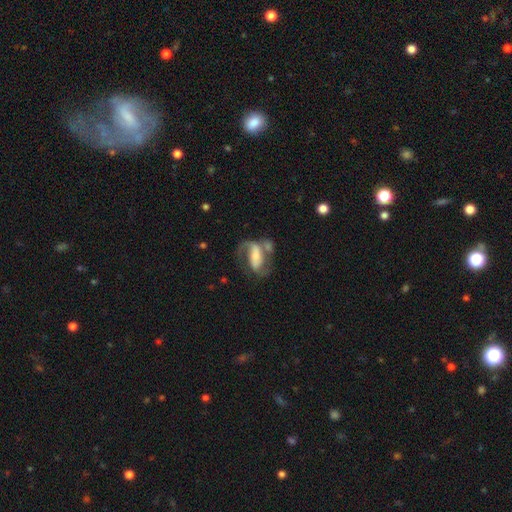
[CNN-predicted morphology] Smooth or featured?
  - featured or disk: 72% *
  - smooth: 22%
  - star or artifact: 7%
Edge-on disk?
  - no: 95% *
  - yes: 5%
Bar?
  - strong: 42% *
  - weak: 30%
  - no: 28%
Spiral arms?
  - yes: 87% *
  - no: 13%
Spiral winding?
  - medium: 43% *
  - loose: 41%
  - tight: 16%
Spiral arm count?
  - 2: 71% *
  - 1: 22%
  - can't tell: 5%
  - 3: 1%
  - 4: 1%
  - more than 4: 1%
Bulge size?
  - small: 39% *
  - moderate: 30%
  - large: 14%
  - none: 13%
  - dominant: 3%
Merging?
  - none: 35% *
  - major disturbance: 25%
  - merger: 23%
  - minor disturbance: 17%